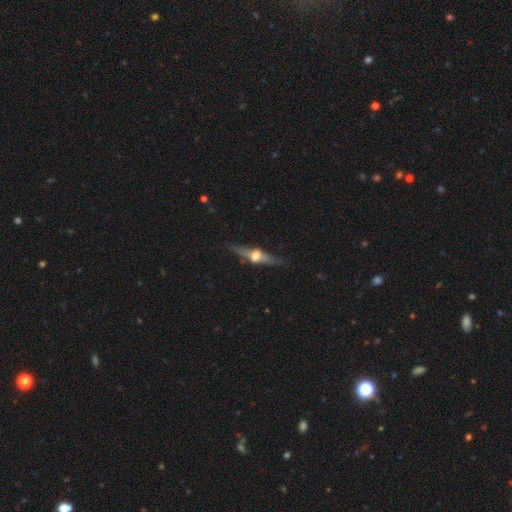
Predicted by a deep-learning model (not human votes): featured or disk 73%, smooth 20%, star or artifact 7%. Down the decision tree: edge-on disk — yes (95%); edge-on bulge — rounded (95%); merging — none (82%).